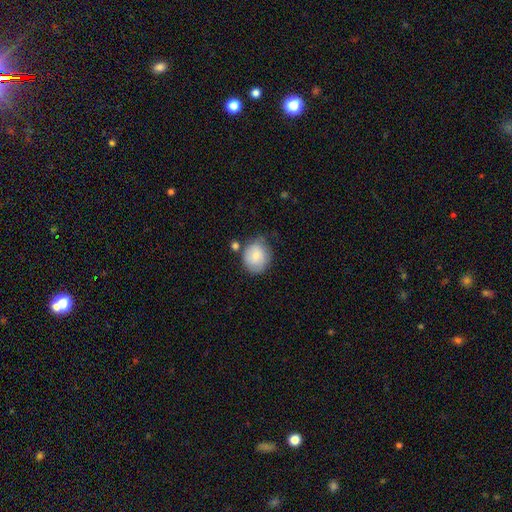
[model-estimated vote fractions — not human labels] This is likely a smooth galaxy (78%). How rounded: likely round (78%). Merging: possibly none (59%).